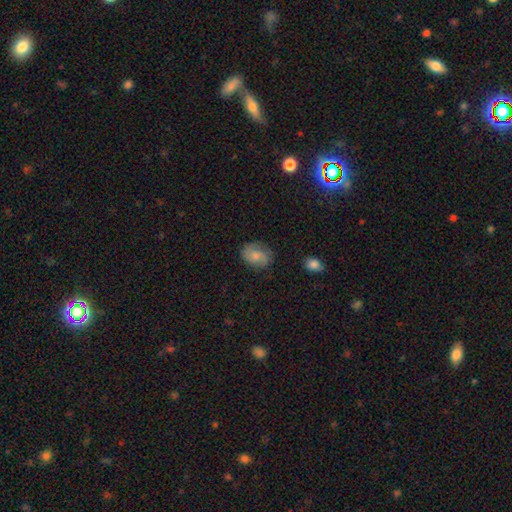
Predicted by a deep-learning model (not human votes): A smooth galaxy with no disk features (54%) that is in between round and cigar-shaped (66%).

Vote fractions:
- Smooth or featured? smooth: 54% / featured or disk: 38% / star or artifact: 8%
- How rounded? in between: 66% / round: 33% / cigar-shaped: 1%
- Merging? none: 75% / minor disturbance: 18% / major disturbance: 5% / merger: 1%